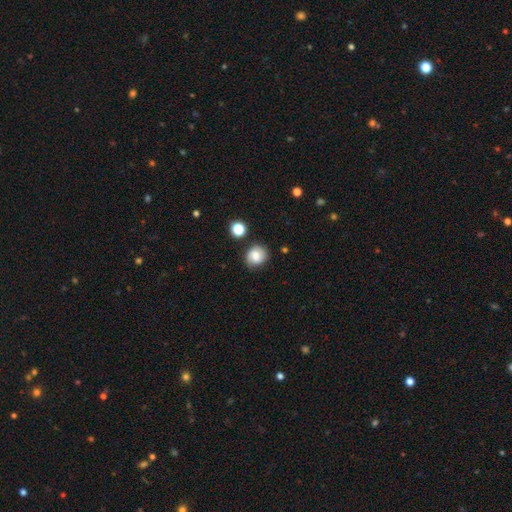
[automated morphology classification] Smooth or featured? Predicted: smooth (p=0.65). How rounded? Predicted: round (p=0.77). Merging? Predicted: none (p=0.74).